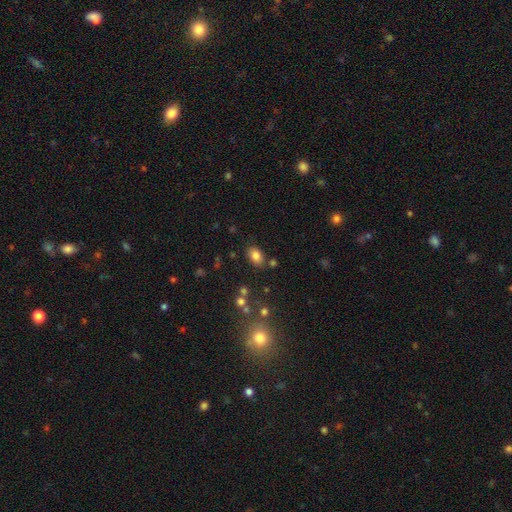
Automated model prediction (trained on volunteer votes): Morphology: type=smooth (81%); roundness=in between (82%); merging=none (79%).